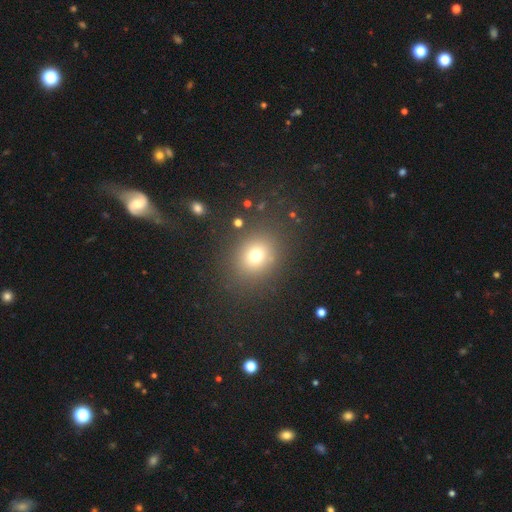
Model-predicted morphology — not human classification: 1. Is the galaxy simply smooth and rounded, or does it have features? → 72% smooth, 17% star or artifact, 10% featured or disk.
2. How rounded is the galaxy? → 71% round, 28% in between, 1% cigar-shaped.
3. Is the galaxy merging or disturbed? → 84% none, 9% minor disturbance, 5% major disturbance, 2% merger.